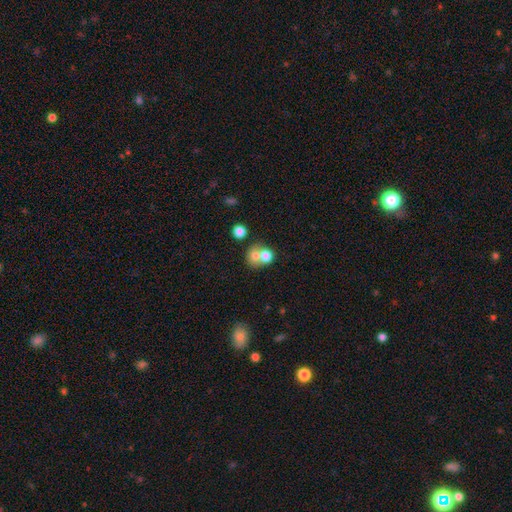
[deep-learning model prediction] Morphology: type=smooth (71%); roundness=round (74%); merging=merger (57%).